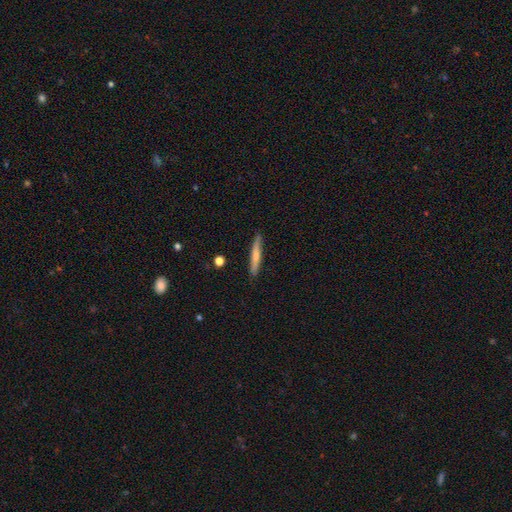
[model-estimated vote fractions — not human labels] Smooth or featured?
  - smooth: 65% *
  - featured or disk: 30%
  - star or artifact: 6%
How rounded?
  - cigar-shaped: 94% *
  - in between: 5%
  - round: 1%
Merging?
  - none: 87% *
  - minor disturbance: 9%
  - major disturbance: 2%
  - merger: 2%